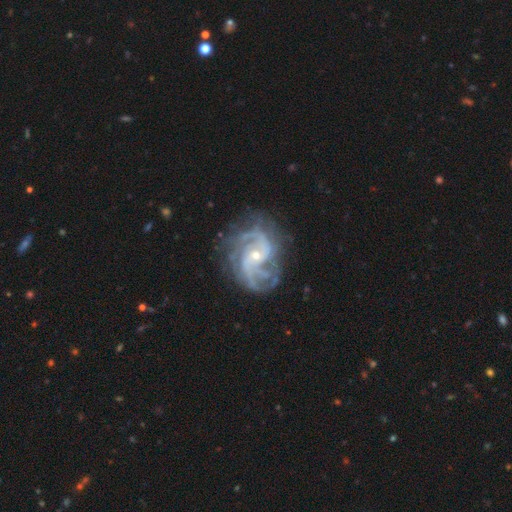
This appears to be a featured or disk galaxy (94%) with no bar (68%), 2 (41%) medium (44%) spiral arms (100%) and a small central bulge (88%). Merging: none (86%).